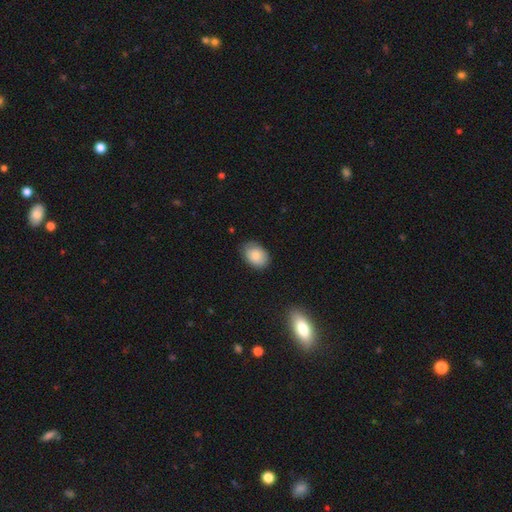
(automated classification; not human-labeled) Smooth or featured: smooth — 82% (featured or disk — 11%)
How rounded: in between — 82% (round — 17%)
Merging: none — 79% (minor disturbance — 17%)